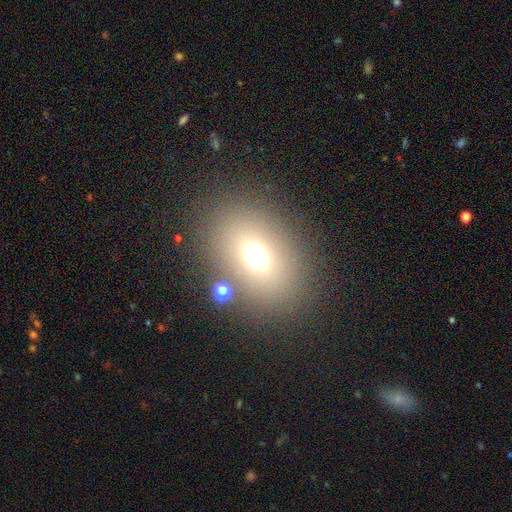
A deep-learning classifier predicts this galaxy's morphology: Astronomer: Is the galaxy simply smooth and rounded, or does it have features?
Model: smooth — 67%.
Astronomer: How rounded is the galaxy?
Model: in between — 69%.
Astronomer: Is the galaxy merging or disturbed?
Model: none — 78%.